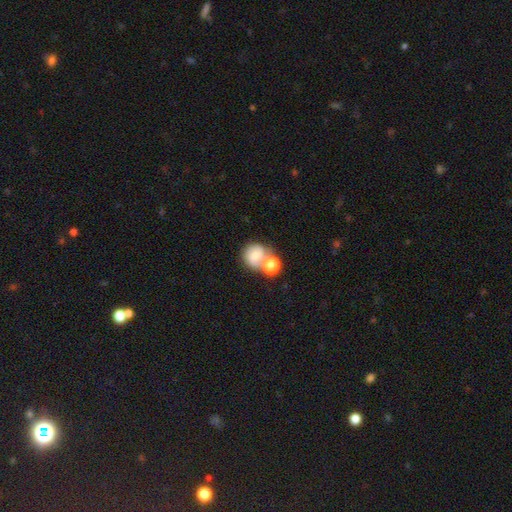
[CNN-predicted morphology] smooth 60%, featured or disk 30%, star or artifact 10%. Down the decision tree: how rounded — round (76%); merging — merger (49%).